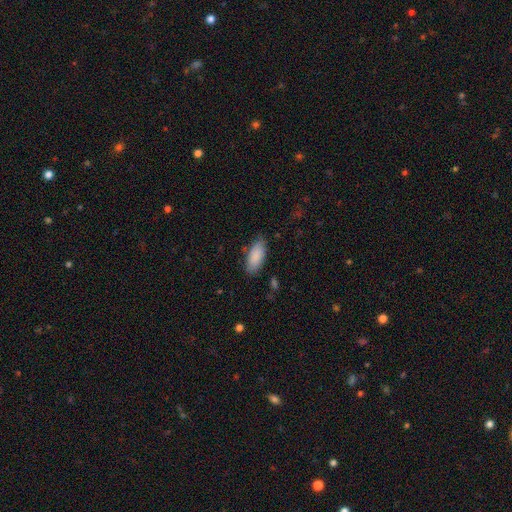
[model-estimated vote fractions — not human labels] This appears to be a smooth galaxy with no disk features (88%) that is in between round and cigar-shaped (85%). Merging: none (80%).